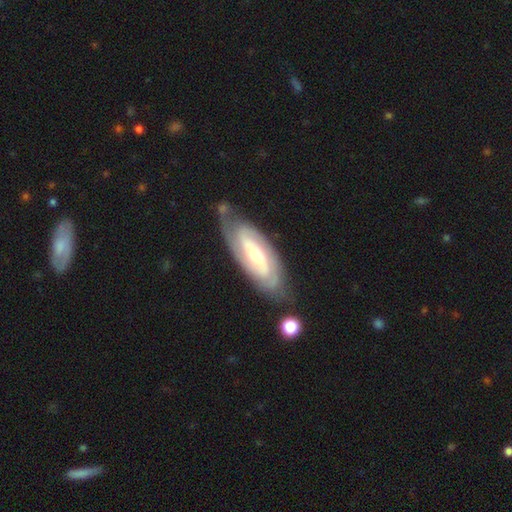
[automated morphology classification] Smooth or featured? featured or disk (81%)
Edge-on disk? no (89%)
Bar? no (40%)
Spiral arms? yes (91%)
Spiral winding? tight (63%)
Spiral arm count? 2 (60%)
Bulge size? moderate (53%)
Merging? none (76%)